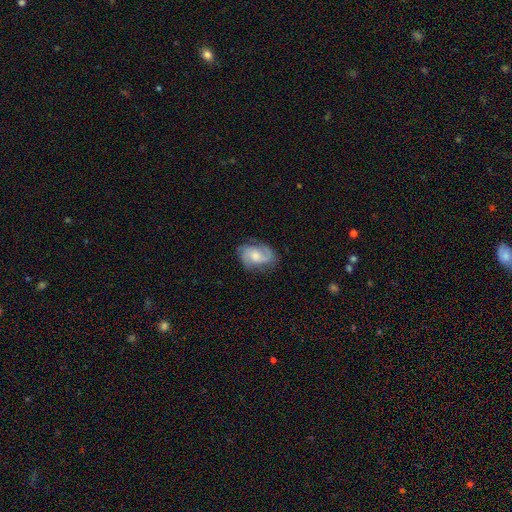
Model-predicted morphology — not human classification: Q: Smooth or featured?
A: featured or disk (75%); runner-up: smooth (19%)
Q: Edge-on disk?
A: no (97%); runner-up: yes (3%)
Q: Bar?
A: no (58%); runner-up: weak (35%)
Q: Spiral arms?
A: yes (94%); runner-up: no (6%)
Q: Spiral winding?
A: medium (49%); runner-up: tight (26%)
Q: Spiral arm count?
A: 2 (59%); runner-up: 3 (19%)
Q: Bulge size?
A: moderate (52%); runner-up: small (28%)
Q: Merging?
A: none (69%); runner-up: minor disturbance (20%)